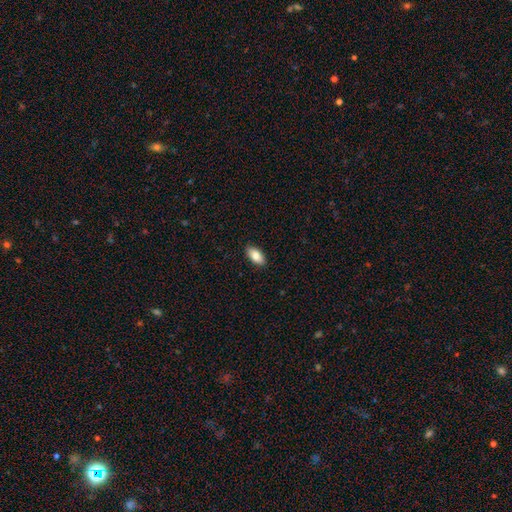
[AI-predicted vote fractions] smooth-or-featured: smooth: 85% | featured or disk: 9% | star or artifact: 6%
  how-rounded: in between: 92% | cigar-shaped: 6% | round: 3%
  merging: none: 90% | minor disturbance: 7% | major disturbance: 2% | merger: 1%